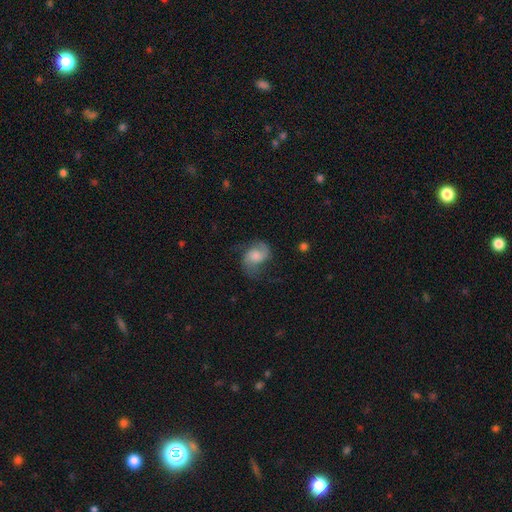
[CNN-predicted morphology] Smooth or featured? featured or disk (63%)
Edge-on disk? no (97%)
Bar? no (65%)
Spiral arms? yes (91%)
Spiral winding? loose (45%)
Spiral arm count? 2 (85%)
Bulge size? moderate (32%)
Merging? none (55%)